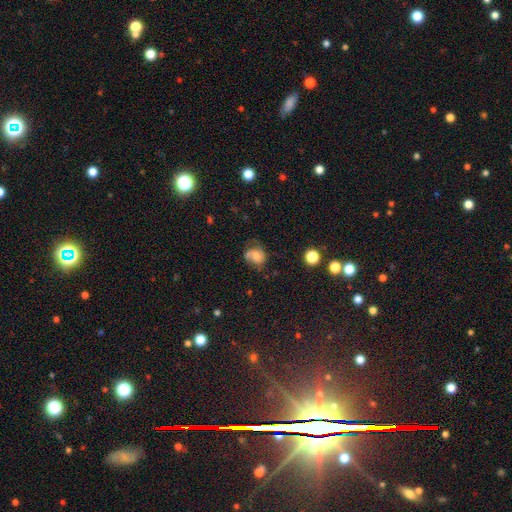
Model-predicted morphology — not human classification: This is possibly a smooth galaxy (58%). How rounded: possibly round (59%). Merging: marginally none (44%).